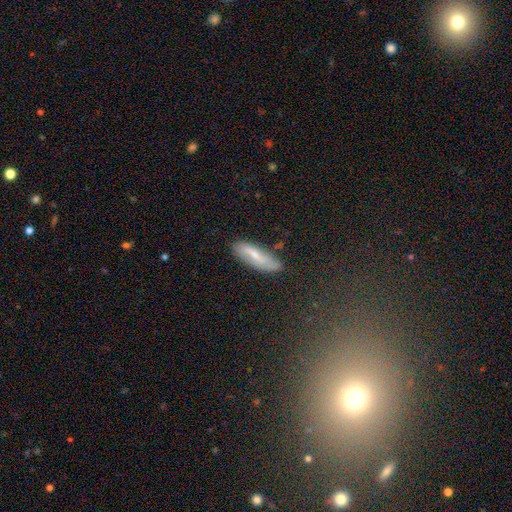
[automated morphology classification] Overall: smooth (51%; featured or disk 42%). How rounded: in between (50%; cigar-shaped 48%). Merging: none (75%).